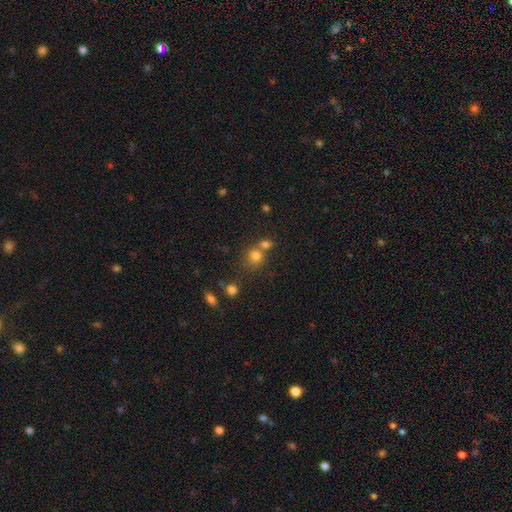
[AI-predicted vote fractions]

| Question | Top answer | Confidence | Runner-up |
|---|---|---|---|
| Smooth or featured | smooth | 76% | star or artifact (15%) |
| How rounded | round | 81% | in between (18%) |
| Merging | none | 49% | merger (39%) |